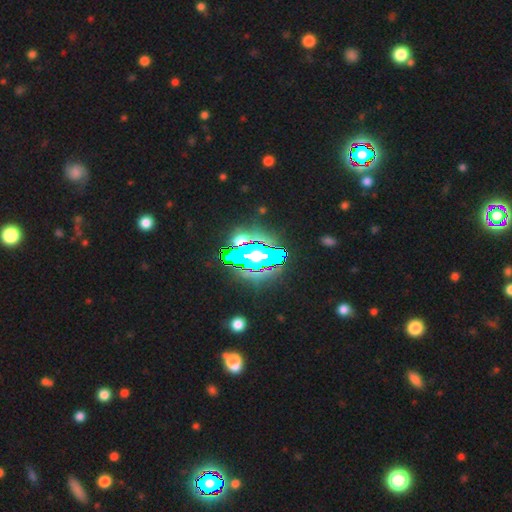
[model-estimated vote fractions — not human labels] Smooth or featured?
  - star or artifact: 62% *
  - smooth: 20%
  - featured or disk: 18%